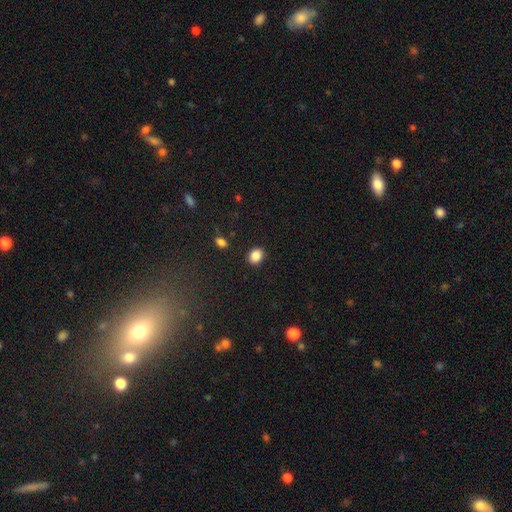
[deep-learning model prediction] Smooth or featured?
  - smooth: 87% *
  - star or artifact: 9%
  - featured or disk: 4%
How rounded?
  - in between: 54% *
  - round: 45%
  - cigar-shaped: 1%
Merging?
  - none: 88% *
  - minor disturbance: 8%
  - major disturbance: 2%
  - merger: 2%